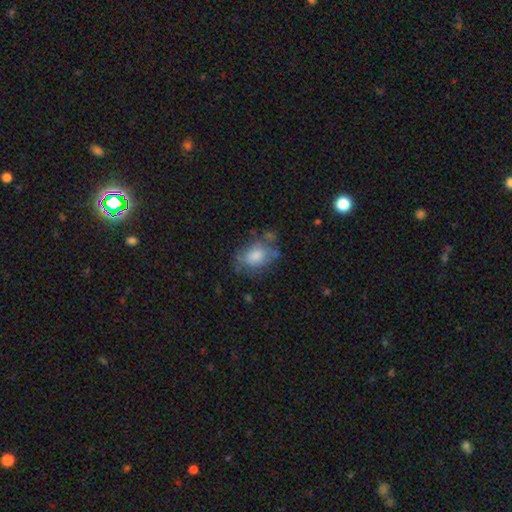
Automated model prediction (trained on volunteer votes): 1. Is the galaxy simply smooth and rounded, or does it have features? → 74% smooth, 18% featured or disk, 9% star or artifact.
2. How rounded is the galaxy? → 73% in between, 25% round, 1% cigar-shaped.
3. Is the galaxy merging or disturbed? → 51% none, 27% minor disturbance, 14% major disturbance, 8% merger.